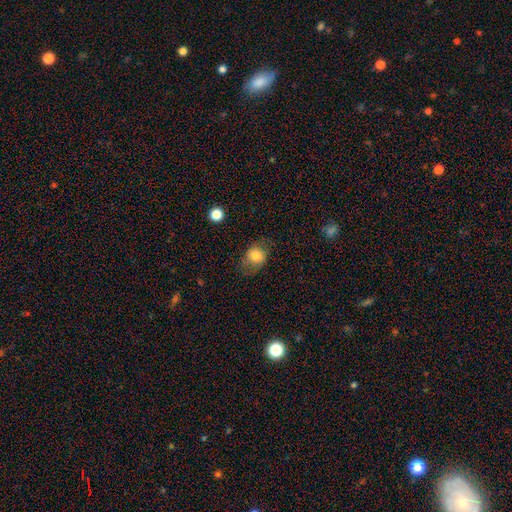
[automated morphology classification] A smooth galaxy with no disk features (77%) that is in between round and cigar-shaped (56%).

Vote fractions:
- Smooth or featured? smooth: 77% / featured or disk: 14% / star or artifact: 9%
- How rounded? in between: 56% / round: 42% / cigar-shaped: 1%
- Merging? none: 65% / minor disturbance: 22% / major disturbance: 12% / merger: 1%